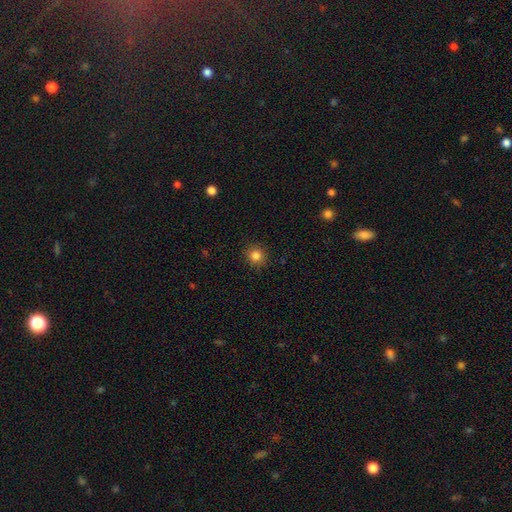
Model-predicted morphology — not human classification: This appears to be a smooth galaxy with no disk features (84%) that is round (90%). Merging: none (90%).